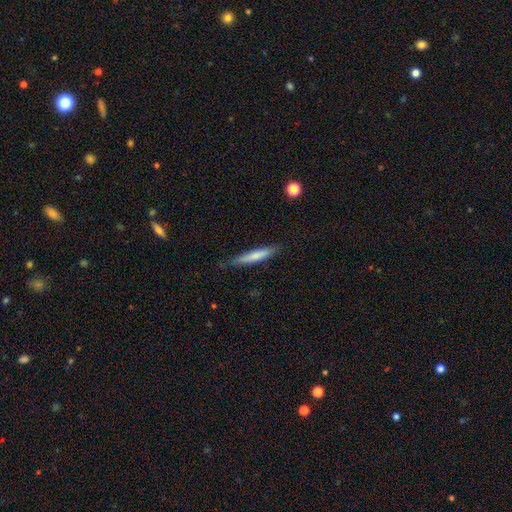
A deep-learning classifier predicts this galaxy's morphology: This is likely a smooth galaxy (71%). How rounded: clearly cigar-shaped (92%). Merging: clearly none (84%).